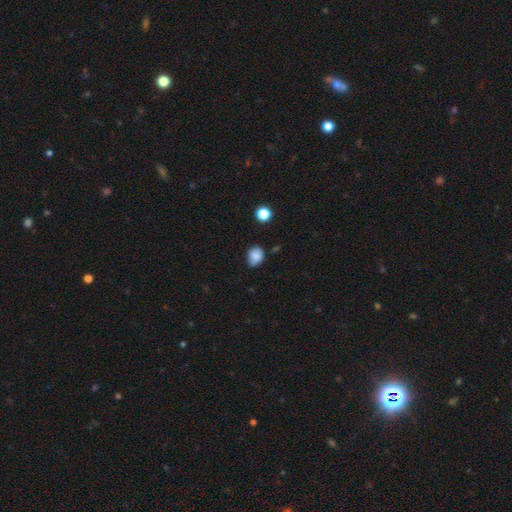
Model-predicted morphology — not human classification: smooth_or_featured: smooth (p=0.84) [alt: star or artifact p=0.10]
how_rounded: round (p=0.56) [alt: in between p=0.43]
merging: none (p=0.59) [alt: minor disturbance p=0.32]